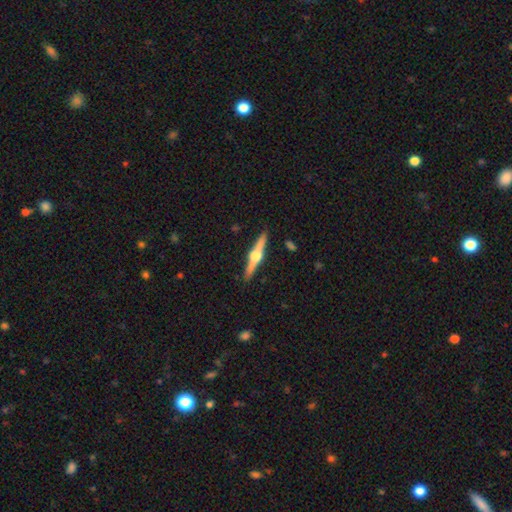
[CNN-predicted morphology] Smooth or featured? Predicted: featured or disk (p=0.78). Edge-on disk? Predicted: yes (p=0.98). Edge-on bulge? Predicted: rounded (p=0.96). Merging? Predicted: none (p=0.91).